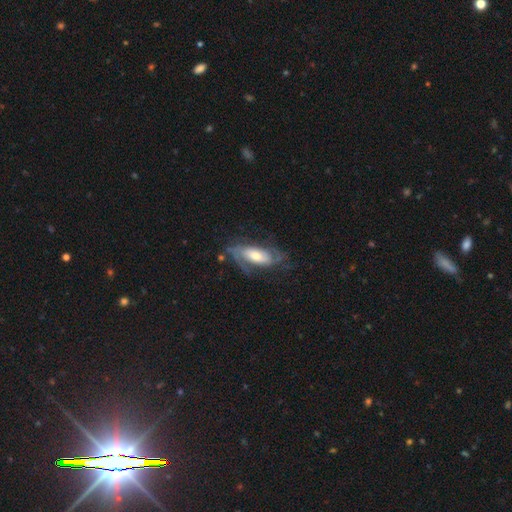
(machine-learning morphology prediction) Smooth or featured?
  - featured or disk: 76% *
  - smooth: 19%
  - star or artifact: 6%
Edge-on disk?
  - no: 91% *
  - yes: 9%
Bar?
  - no: 50% *
  - weak: 33%
  - strong: 17%
Spiral arms?
  - yes: 91% *
  - no: 9%
Spiral winding?
  - medium: 43% *
  - tight: 35%
  - loose: 22%
Spiral arm count?
  - 2: 68% *
  - can't tell: 16%
  - 1: 6%
  - 3: 6%
  - 4: 2%
  - more than 4: 2%
Bulge size?
  - moderate: 54% *
  - large: 22%
  - small: 19%
  - none: 3%
  - dominant: 2%
Merging?
  - none: 58% *
  - minor disturbance: 22%
  - major disturbance: 18%
  - merger: 2%